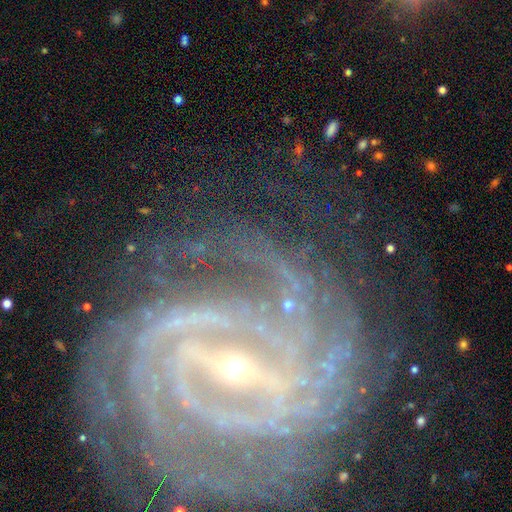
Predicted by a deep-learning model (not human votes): This appears to be a featured or disk galaxy (91%) with a strong bar (67%), 4 (23%) tight (72%) spiral arms (98%) and a small central bulge (83%). Merging: none (74%).